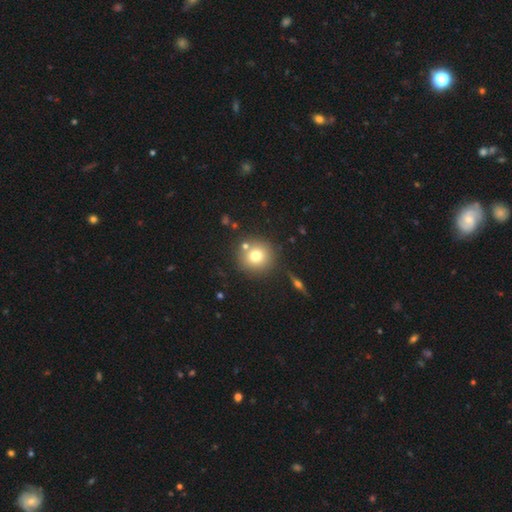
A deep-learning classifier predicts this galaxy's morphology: type=smooth (73%); roundness=round (93%); merging=none (80%).